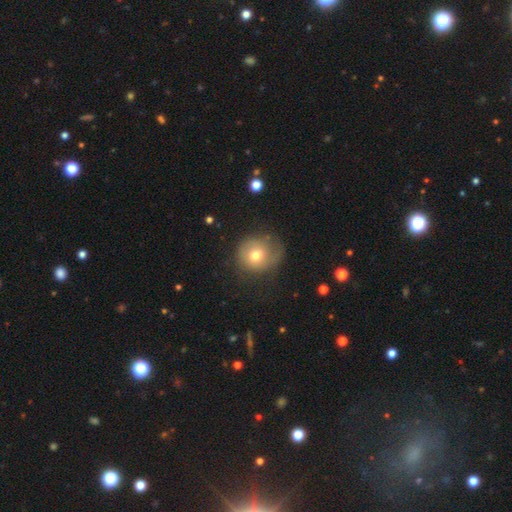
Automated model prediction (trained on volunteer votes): The model was most divided on "merging": none: 57%, minor disturbance: 26%, major disturbance: 16%, merger: 2%. More confident: how rounded — round (82%); smooth or featured — smooth (64%).